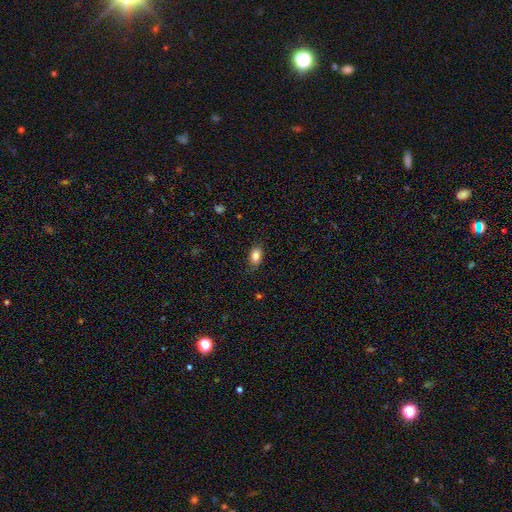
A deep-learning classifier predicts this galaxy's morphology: Smooth or featured?
  - smooth: 84% *
  - star or artifact: 8%
  - featured or disk: 7%
How rounded?
  - in between: 86% *
  - round: 12%
  - cigar-shaped: 2%
Merging?
  - none: 81% *
  - minor disturbance: 15%
  - major disturbance: 3%
  - merger: 1%